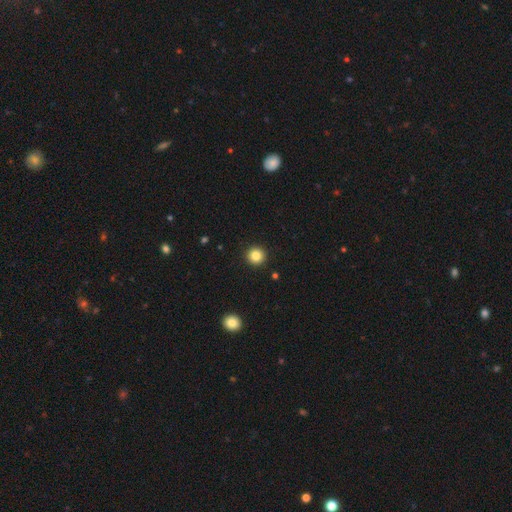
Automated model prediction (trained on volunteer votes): Overall: smooth (85%). How rounded: round (95%). Merging: none (93%).